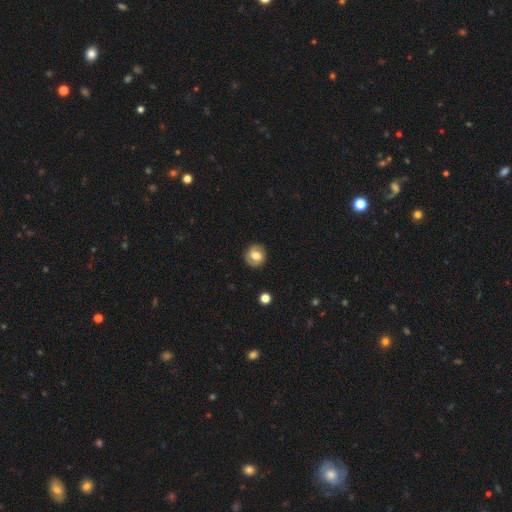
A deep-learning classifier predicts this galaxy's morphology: Smooth or featured? Predicted: smooth (p=0.67). How rounded? Predicted: round (p=0.84). Merging? Predicted: none (p=0.86).